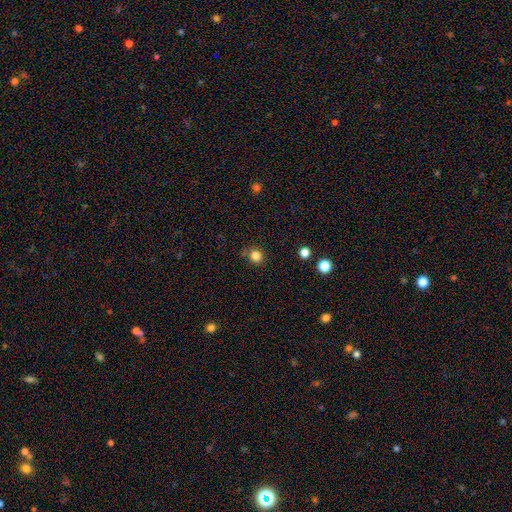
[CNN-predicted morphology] Smooth or featured? Predicted: smooth (p=0.83). How rounded? Predicted: round (p=0.85). Merging? Predicted: none (p=0.82).